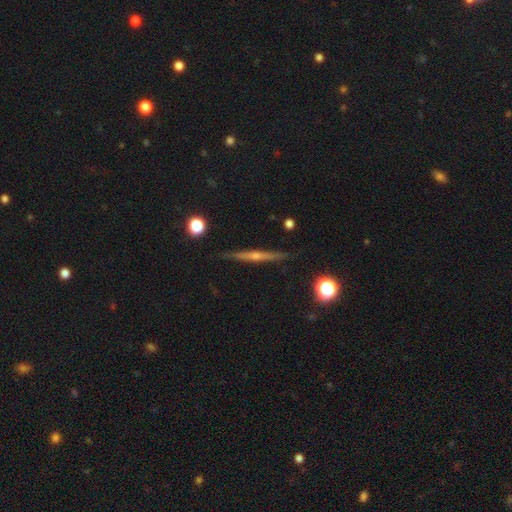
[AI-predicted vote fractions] featured or disk 75%, smooth 17%, star or artifact 8%. Down the decision tree: edge-on disk — yes (98%); edge-on bulge — rounded (78%); merging — none (91%).